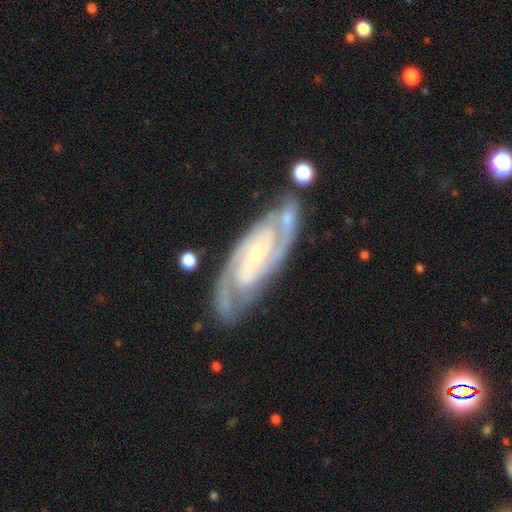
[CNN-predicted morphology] smooth_or_featured: featured or disk (p=0.90) [alt: smooth p=0.05]
disk_edge_on: no (p=0.94) [alt: yes p=0.06]
bar: no (p=0.53) [alt: weak p=0.30]
has_spiral_arms: yes (p=0.98) [alt: no p=0.02]
spiral_winding: tight (p=0.60) [alt: medium p=0.35]
spiral_arm_count: 2 (p=0.81) [alt: 3 p=0.07]
bulge_size: small (p=0.77) [alt: moderate p=0.19]
merging: none (p=0.75) [alt: minor disturbance p=0.15]